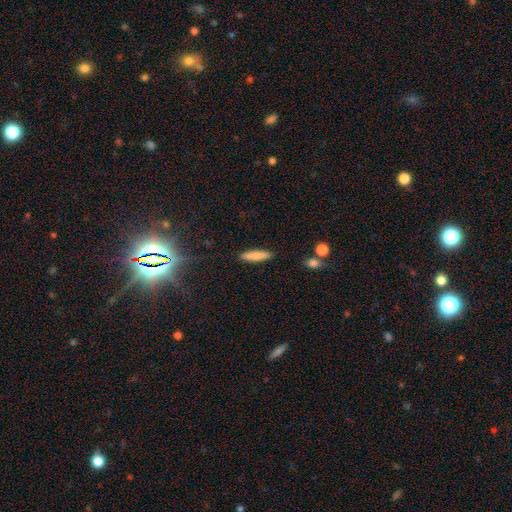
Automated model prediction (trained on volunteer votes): Smooth or featured?
  - smooth: 77% *
  - featured or disk: 16%
  - star or artifact: 7%
How rounded?
  - cigar-shaped: 79% *
  - in between: 20%
  - round: 2%
Merging?
  - none: 90% *
  - minor disturbance: 7%
  - major disturbance: 2%
  - merger: 2%